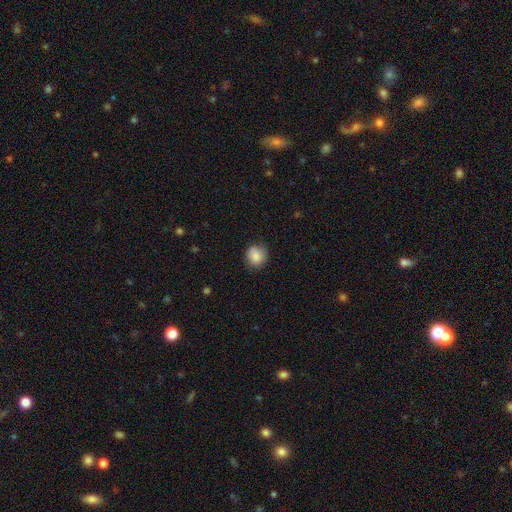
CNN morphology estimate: This appears to be a smooth galaxy with no disk features (85%) that is round (83%). Merging: none (78%).